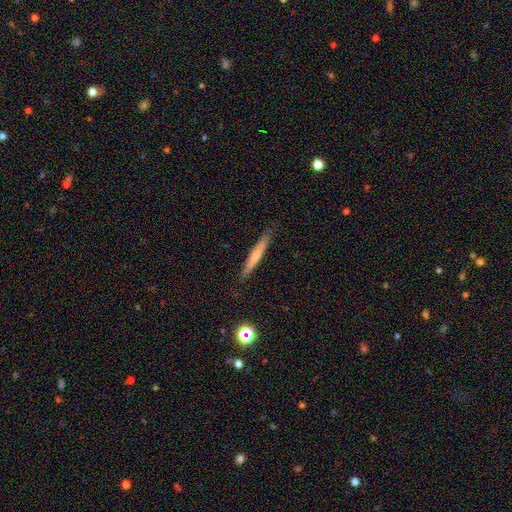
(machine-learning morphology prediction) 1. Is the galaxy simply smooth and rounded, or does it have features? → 62% smooth, 31% featured or disk, 7% star or artifact.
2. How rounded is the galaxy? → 95% cigar-shaped, 4% in between, 1% round.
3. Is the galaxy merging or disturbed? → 87% none, 10% minor disturbance, 2% major disturbance, 1% merger.